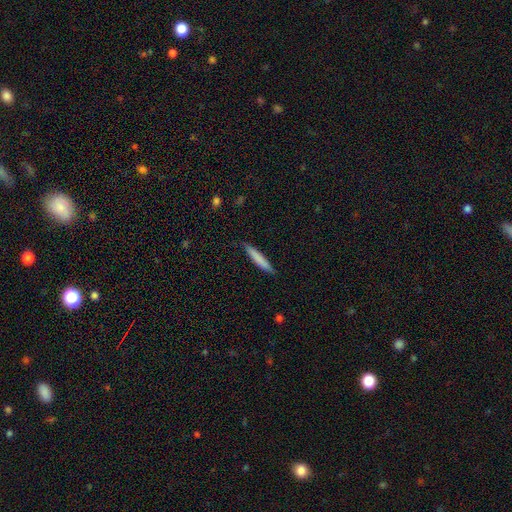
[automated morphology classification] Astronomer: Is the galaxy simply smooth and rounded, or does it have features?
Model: smooth — 74%.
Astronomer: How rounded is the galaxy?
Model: cigar-shaped — 95%.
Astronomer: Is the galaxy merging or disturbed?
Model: none — 86%.